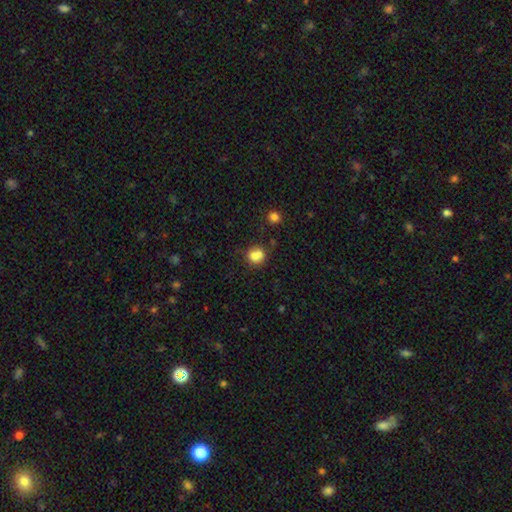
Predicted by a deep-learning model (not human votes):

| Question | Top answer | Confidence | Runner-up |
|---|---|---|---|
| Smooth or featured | smooth | 73% | featured or disk (15%) |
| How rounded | round | 78% | in between (21%) |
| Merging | none | 42% | merger (41%) |